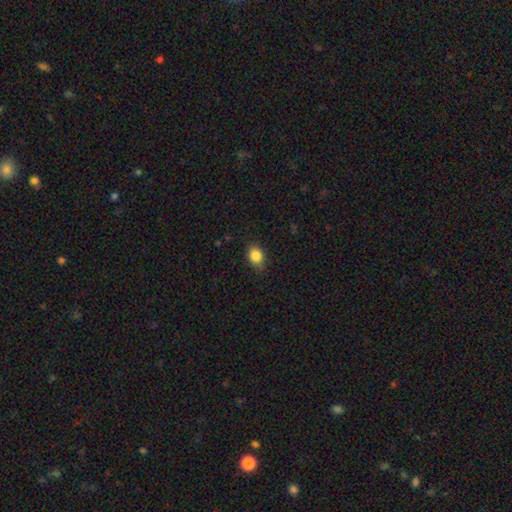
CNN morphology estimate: Smooth or featured?
  - smooth: 85% *
  - star or artifact: 10%
  - featured or disk: 5%
How rounded?
  - round: 55% *
  - in between: 44%
  - cigar-shaped: 1%
Merging?
  - none: 80% *
  - minor disturbance: 16%
  - major disturbance: 3%
  - merger: 1%